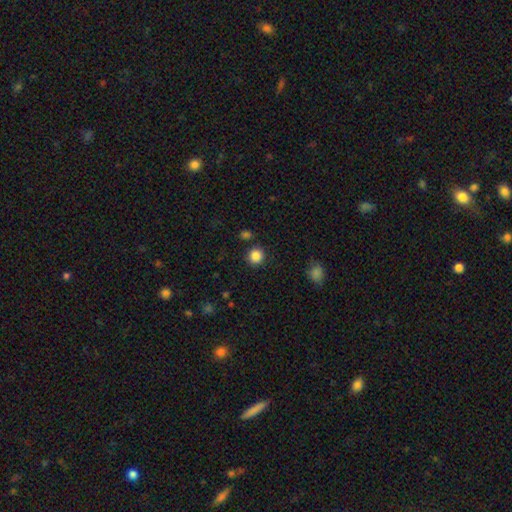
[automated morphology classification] smooth-or-featured: smooth: 86% | star or artifact: 10% | featured or disk: 4%
  how-rounded: round: 90% | in between: 9% | cigar-shaped: 1%
  merging: none: 87% | minor disturbance: 7% | merger: 3% | major disturbance: 2%